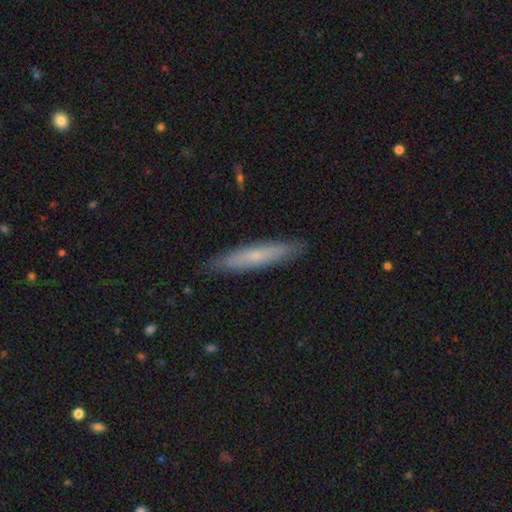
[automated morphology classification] Smooth or featured? smooth (58%)
How rounded? cigar-shaped (91%)
Merging? none (88%)